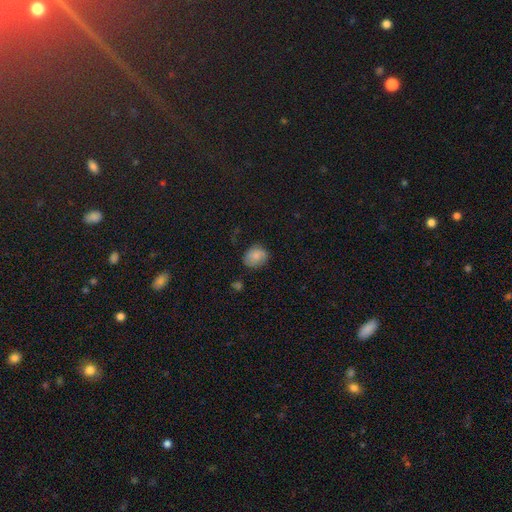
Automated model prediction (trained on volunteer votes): This is likely a smooth galaxy (77%). How rounded: possibly round (53%). Merging: likely none (71%).